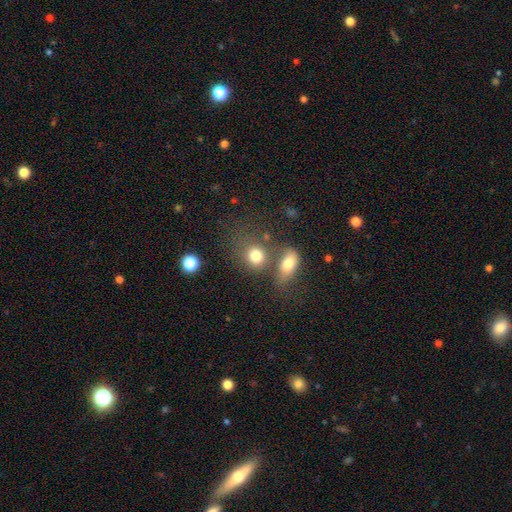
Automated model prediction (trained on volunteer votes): Smooth or featured? Predicted: smooth (p=0.78). How rounded? Predicted: round (p=0.64). Merging? Predicted: none (p=0.46).